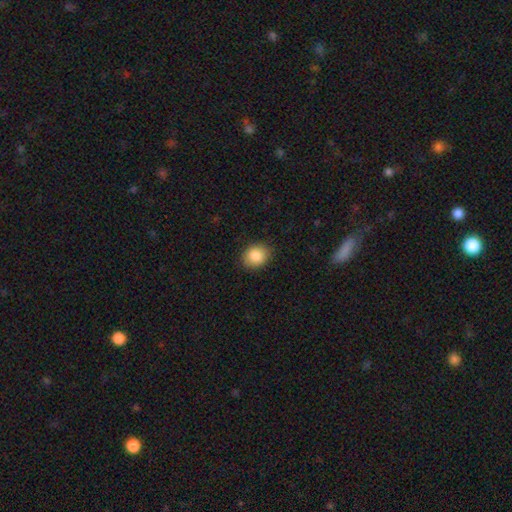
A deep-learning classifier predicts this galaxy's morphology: Overall: smooth (86%). How rounded: round (59%; in between 40%). Merging: none (88%).